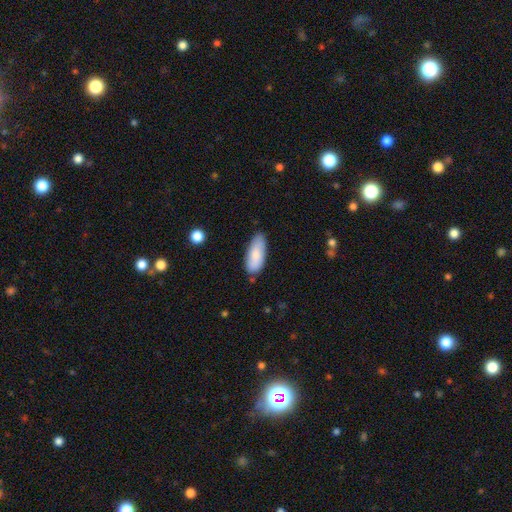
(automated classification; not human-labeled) Smooth or featured: smooth — 83% (featured or disk — 11%)
How rounded: in between — 81% (cigar-shaped — 17%)
Merging: none — 72% (minor disturbance — 22%)